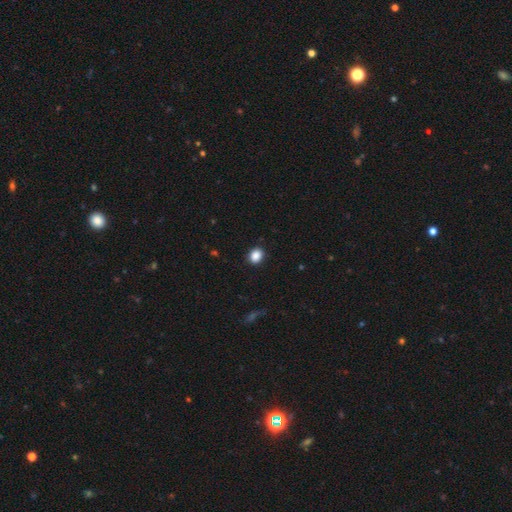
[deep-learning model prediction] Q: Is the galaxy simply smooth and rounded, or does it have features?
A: smooth — 88%.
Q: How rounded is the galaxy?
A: round — 52%.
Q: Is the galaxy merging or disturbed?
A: none — 89%.